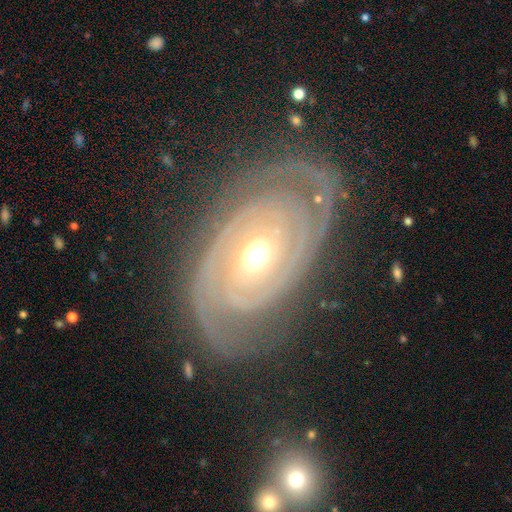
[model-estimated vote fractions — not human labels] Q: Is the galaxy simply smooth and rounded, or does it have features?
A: featured or disk — 89%.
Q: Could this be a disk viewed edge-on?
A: no — 95%.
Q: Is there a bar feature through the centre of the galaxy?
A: no — 72%.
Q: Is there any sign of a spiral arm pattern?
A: yes — 96%.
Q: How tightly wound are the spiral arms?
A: tight — 78%.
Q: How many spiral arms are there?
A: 2 — 64%.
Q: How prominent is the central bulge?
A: moderate — 70%.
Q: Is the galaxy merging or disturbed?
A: none — 78%.